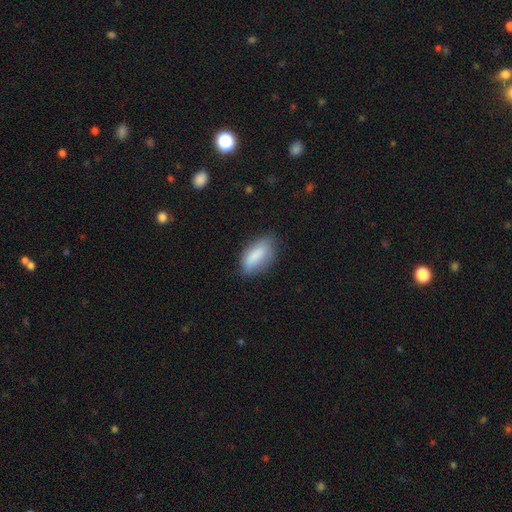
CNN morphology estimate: Smooth or featured? smooth (83%)
How rounded? in between (86%)
Merging? none (69%)